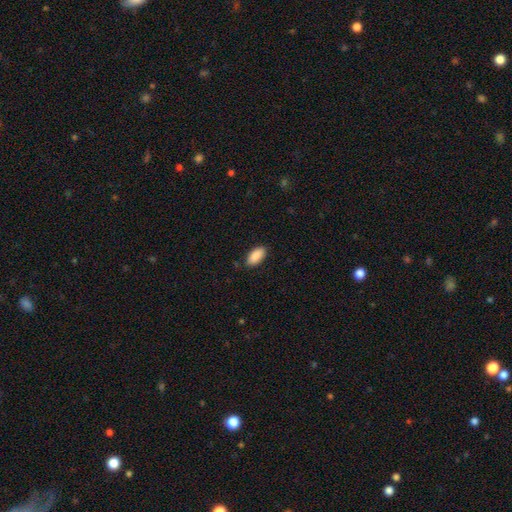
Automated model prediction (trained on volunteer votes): Smooth or featured? smooth (90%)
How rounded? in between (93%)
Merging? none (86%)